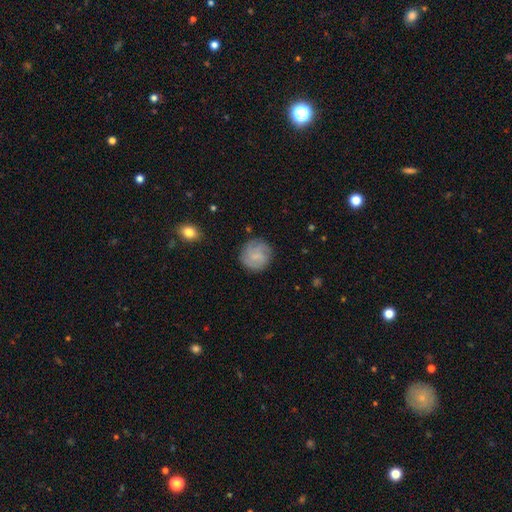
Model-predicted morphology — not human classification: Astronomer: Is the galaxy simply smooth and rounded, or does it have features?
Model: smooth — 56% (runner-up: featured or disk, 36%).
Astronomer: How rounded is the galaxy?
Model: round — 91%.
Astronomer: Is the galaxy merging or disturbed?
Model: none — 80%.